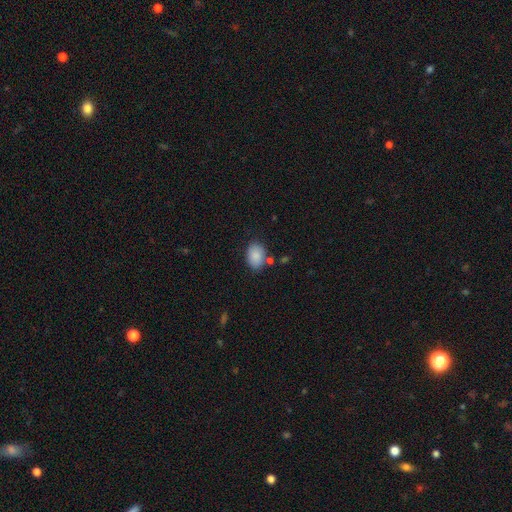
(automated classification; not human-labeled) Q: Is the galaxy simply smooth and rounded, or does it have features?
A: smooth — 87%.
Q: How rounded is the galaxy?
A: in between — 80%.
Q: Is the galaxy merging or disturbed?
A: none — 75%.